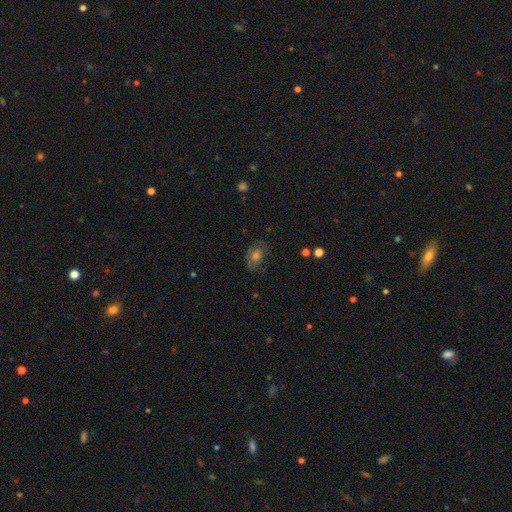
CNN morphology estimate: Smooth or featured? smooth (43%)
Merging? none (71%)